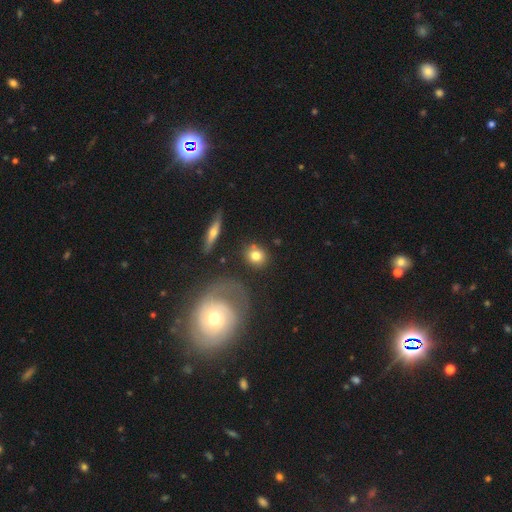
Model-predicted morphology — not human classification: A smooth galaxy with no disk features (76%) that is round (79%).

Vote fractions:
- Smooth or featured? smooth: 76% / featured or disk: 15% / star or artifact: 9%
- How rounded? round: 79% / in between: 18% / cigar-shaped: 3%
- Merging? none: 75% / minor disturbance: 12% / merger: 8% / major disturbance: 5%